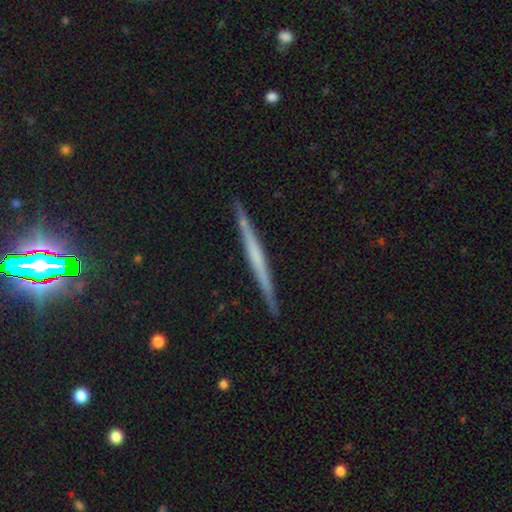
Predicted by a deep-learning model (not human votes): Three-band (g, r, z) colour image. It shows a featured or disk galaxy (59%) viewed edge-on (98%) with no central bulge (79%). Merging: none (91%).